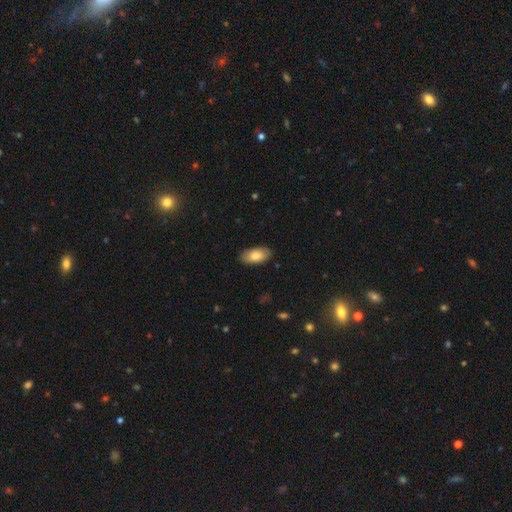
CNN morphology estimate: smooth_or_featured: smooth (p=0.80) [alt: featured or disk p=0.14]
how_rounded: in between (p=0.94) [alt: cigar-shaped p=0.04]
merging: none (p=0.86) [alt: minor disturbance p=0.11]